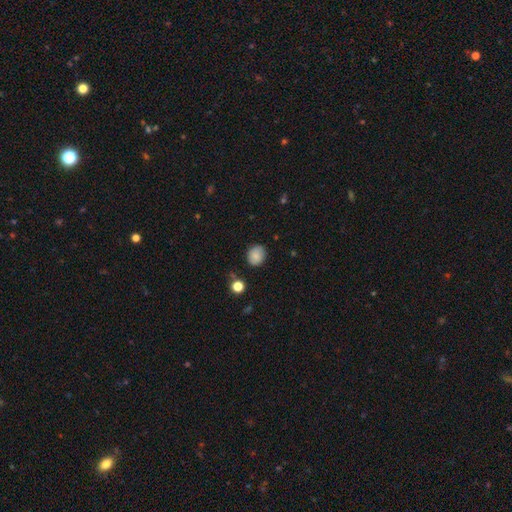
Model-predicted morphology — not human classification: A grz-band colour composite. It shows a smooth galaxy with no disk features (85%) that is round (64%). Merging: none (84%).